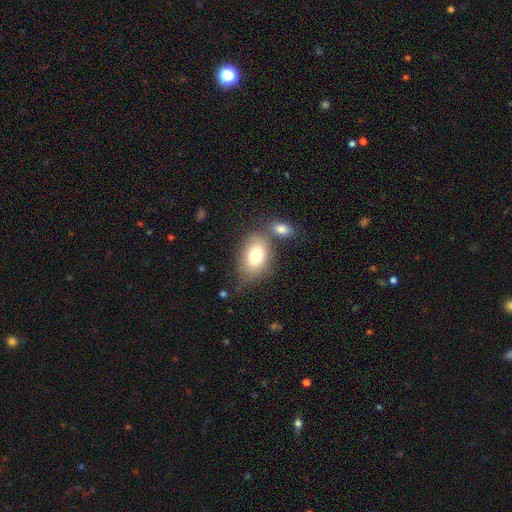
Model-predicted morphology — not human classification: Overall: smooth (77%). How rounded: in between (83%). Merging: none (54%; merger 25%).